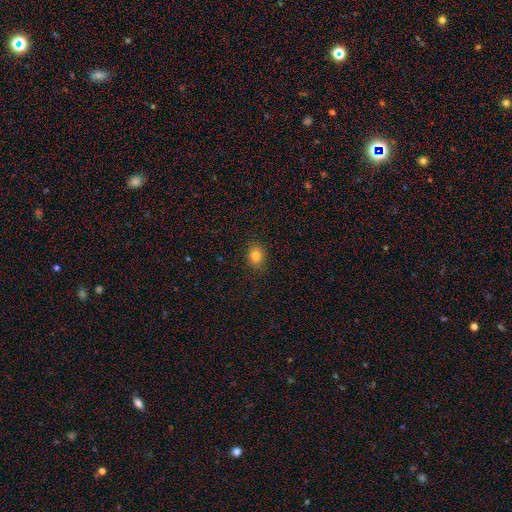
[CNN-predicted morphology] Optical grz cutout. It shows a smooth galaxy with no disk features (82%) that is round (52%). Merging: none (87%).